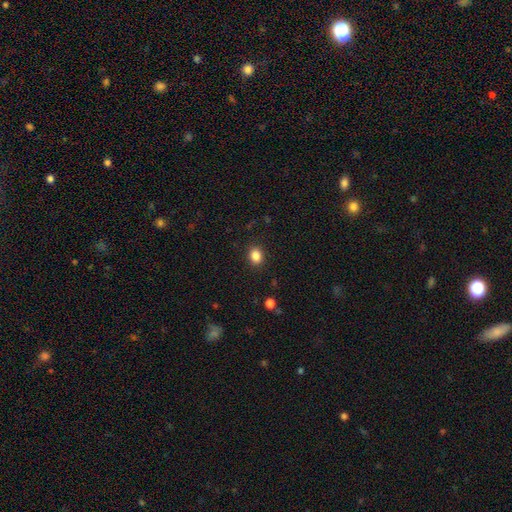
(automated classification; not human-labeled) Overall: smooth (86%). How rounded: round (54%; in between 45%). Merging: none (89%).